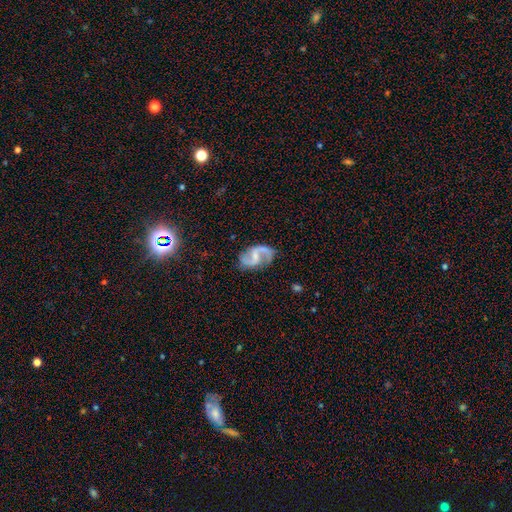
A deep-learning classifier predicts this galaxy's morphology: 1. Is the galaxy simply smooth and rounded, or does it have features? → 91% featured or disk, 5% smooth, 4% star or artifact.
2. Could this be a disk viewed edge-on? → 98% no, 2% yes.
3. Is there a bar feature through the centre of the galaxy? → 50% weak, 28% no, 23% strong.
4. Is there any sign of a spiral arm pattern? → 97% yes, 3% no.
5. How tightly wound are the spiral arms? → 46% loose, 45% medium, 9% tight.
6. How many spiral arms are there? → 94% 2, 2% 1, 2% can't tell, 1% 3, 1% 4, 1% more than 4.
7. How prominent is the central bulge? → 54% small, 24% moderate, 19% none, 2% large, 1% dominant.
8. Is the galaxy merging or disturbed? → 79% none, 14% minor disturbance, 6% major disturbance, 2% merger.